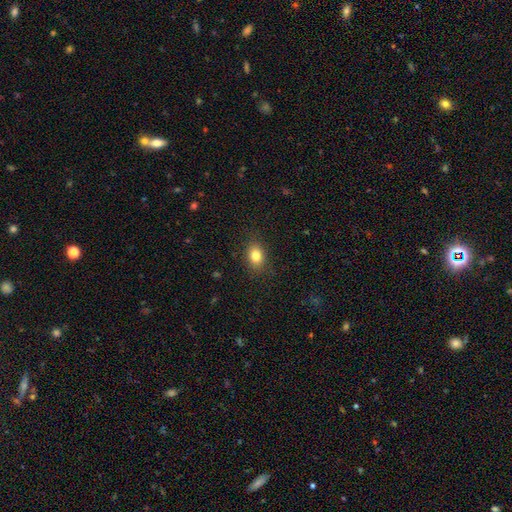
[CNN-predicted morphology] smooth-or-featured: smooth: 82% | star or artifact: 10% | featured or disk: 8%
  how-rounded: in between: 73% | round: 26% | cigar-shaped: 1%
  merging: none: 86% | minor disturbance: 10% | major disturbance: 3% | merger: 1%